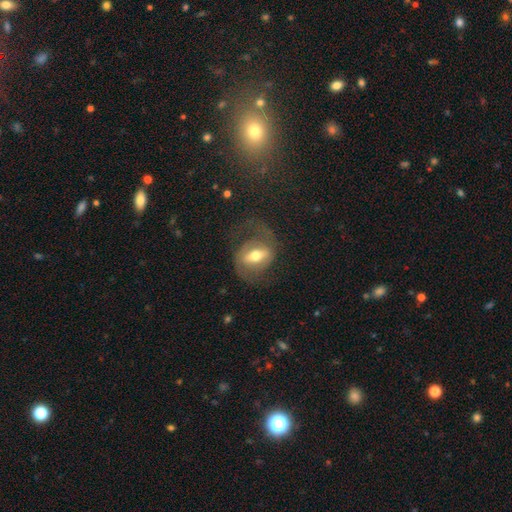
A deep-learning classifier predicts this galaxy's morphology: Smooth or featured: featured or disk — 64% (smooth — 29%)
Edge-on disk: no — 93% (yes — 7%)
Bar: strong — 49% (weak — 34%)
Spiral arms: yes — 70% (no — 30%)
Bulge size: moderate — 72% (small — 13%)
Merging: none — 57% (major disturbance — 24%)